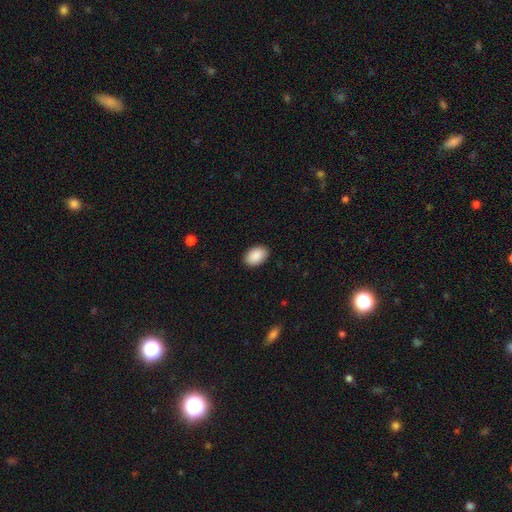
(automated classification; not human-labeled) Morphology: type=smooth (91%); roundness=in between (90%); merging=none (90%).